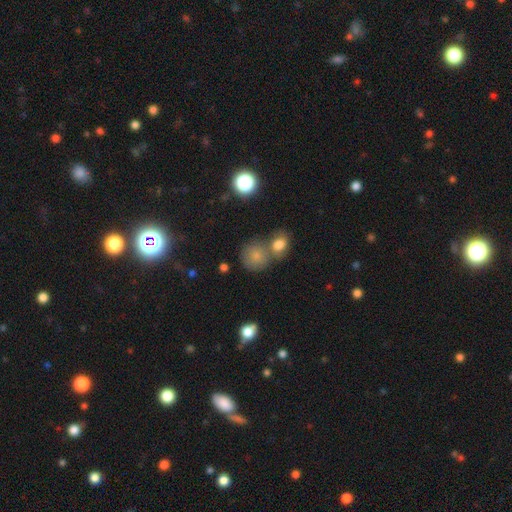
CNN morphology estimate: Smooth or featured?
  - smooth: 77% *
  - star or artifact: 13%
  - featured or disk: 10%
How rounded?
  - round: 83% *
  - in between: 16%
  - cigar-shaped: 1%
Merging?
  - none: 44% *
  - merger: 41%
  - minor disturbance: 11%
  - major disturbance: 4%